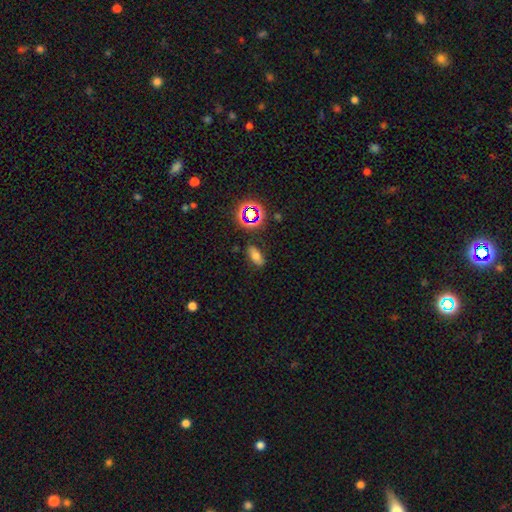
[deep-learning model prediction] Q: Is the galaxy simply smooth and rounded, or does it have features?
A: smooth — 65%.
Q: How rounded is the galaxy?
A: in between — 82%.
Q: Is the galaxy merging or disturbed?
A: none — 82%.